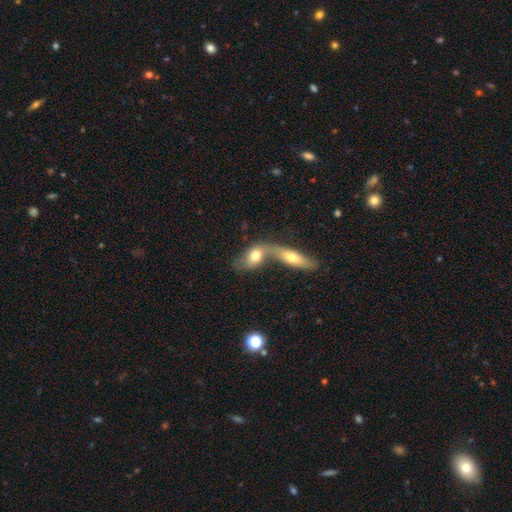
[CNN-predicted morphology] Smooth or featured: smooth — 68% (featured or disk — 25%)
How rounded: in between — 80% (round — 11%)
Merging: merger — 68% (none — 21%)